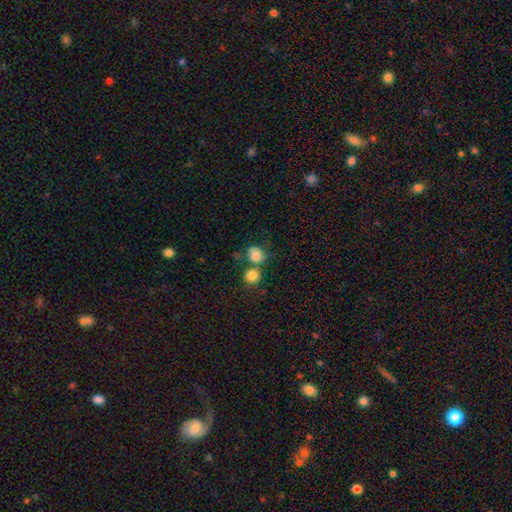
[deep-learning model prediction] Morphology: type=smooth (79%); roundness=round (75%); merging=none (44%).